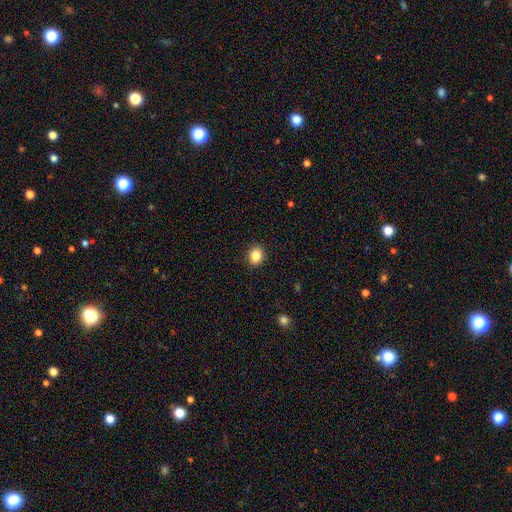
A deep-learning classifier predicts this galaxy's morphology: smooth_or_featured: smooth (p=0.84) [alt: star or artifact p=0.10]
how_rounded: round (p=0.63) [alt: in between p=0.36]
merging: none (p=0.91) [alt: minor disturbance p=0.06]